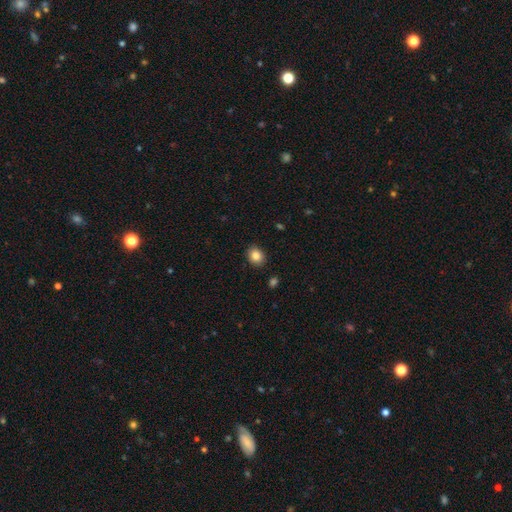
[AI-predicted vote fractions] This appears to be a smooth galaxy with no disk features (85%) that is round (52%). Merging: none (88%).